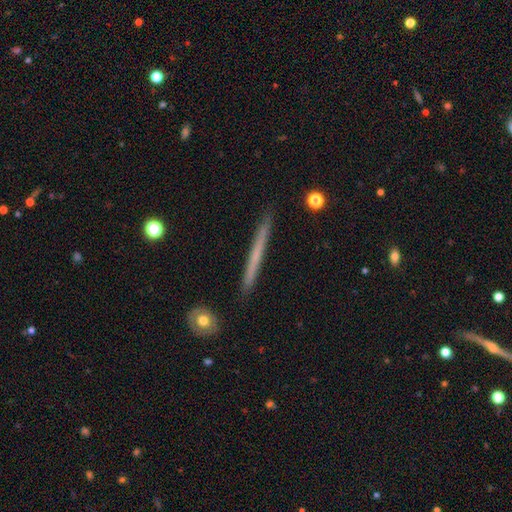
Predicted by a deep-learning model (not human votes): smooth-or-featured: smooth: 48% | featured or disk: 47% | star or artifact: 6%
  merging: none: 91% | minor disturbance: 7% | major disturbance: 1% | merger: 1%